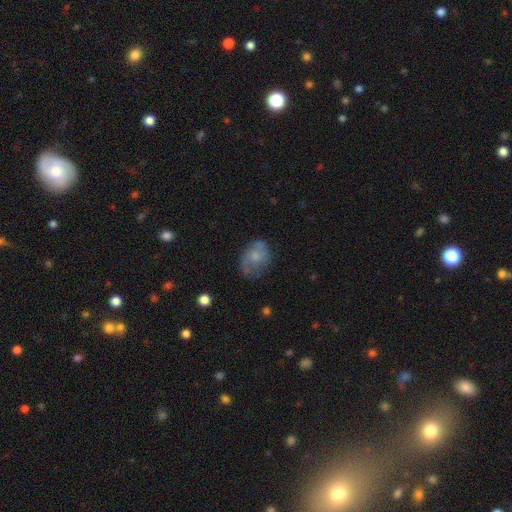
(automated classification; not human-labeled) Q: Smooth or featured?
A: smooth (54%); runner-up: featured or disk (37%)
Q: How rounded?
A: in between (68%); runner-up: round (30%)
Q: Merging?
A: none (52%); runner-up: minor disturbance (29%)